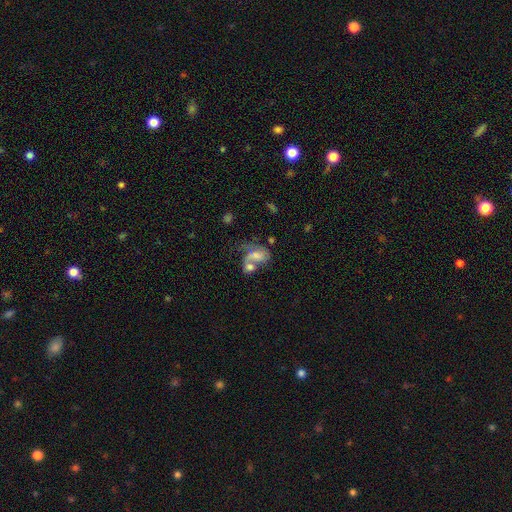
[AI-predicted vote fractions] A smooth galaxy with no disk features (48%). Merging: merger (53%).